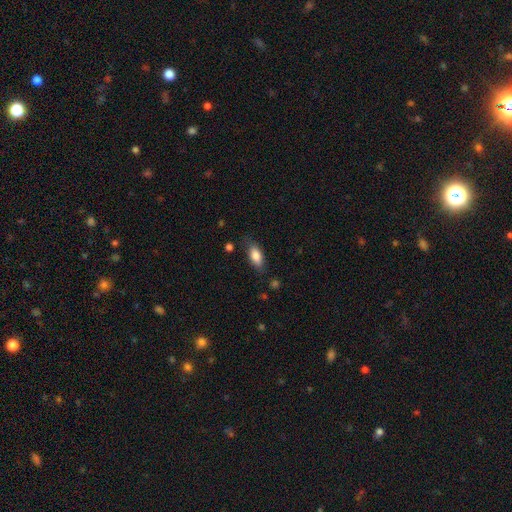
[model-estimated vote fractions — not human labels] This appears to be a smooth galaxy with no disk features (82%) that is in between round and cigar-shaped (83%). Merging: none (79%).